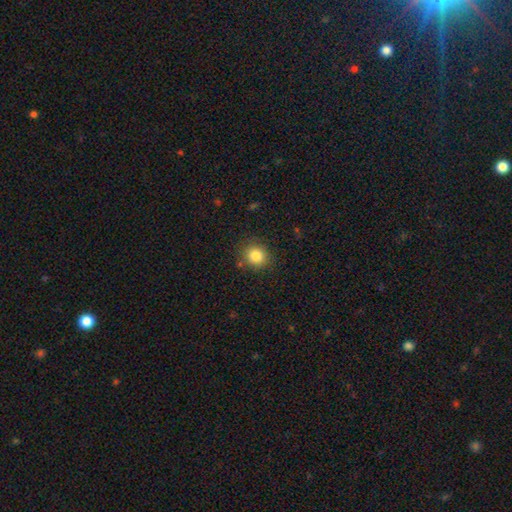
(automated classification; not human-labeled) The model was most divided on "how rounded": round: 86%, in between: 13%, cigar-shaped: 1%. More confident: smooth or featured — smooth (84%); merging — none (83%).